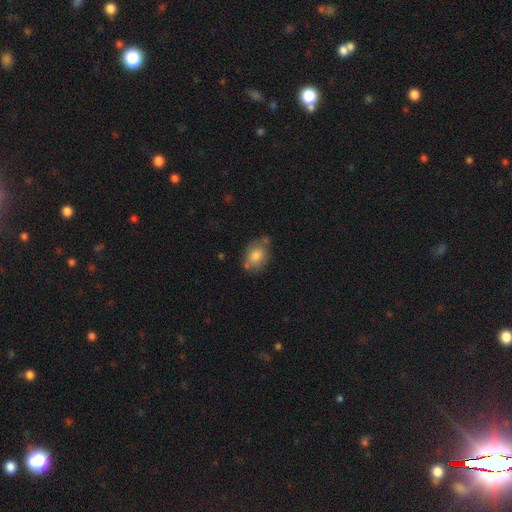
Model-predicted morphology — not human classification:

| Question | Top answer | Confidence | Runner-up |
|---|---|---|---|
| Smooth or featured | smooth | 76% | featured or disk (16%) |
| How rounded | in between | 71% | round (28%) |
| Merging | none | 58% | minor disturbance (25%) |